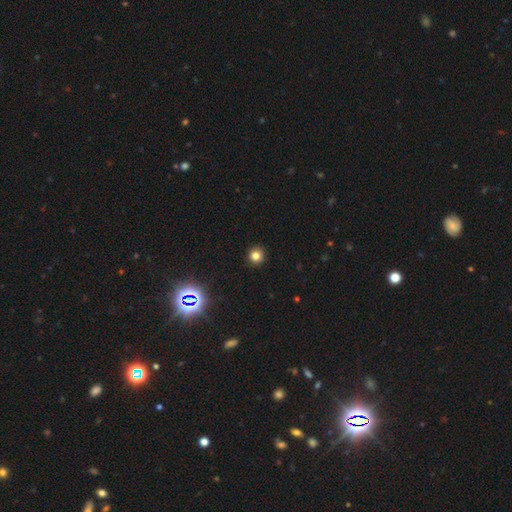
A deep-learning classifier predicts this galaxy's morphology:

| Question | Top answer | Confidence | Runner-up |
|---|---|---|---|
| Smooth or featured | smooth | 78% | star or artifact (16%) |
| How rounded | round | 93% | in between (6%) |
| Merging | none | 92% | minor disturbance (5%) |